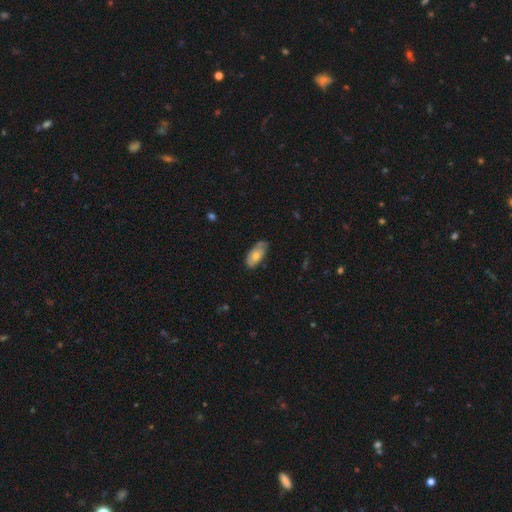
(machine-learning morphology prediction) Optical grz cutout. It shows a smooth galaxy with no disk features (63%) that is in between round and cigar-shaped (90%). Merging: none (67%).